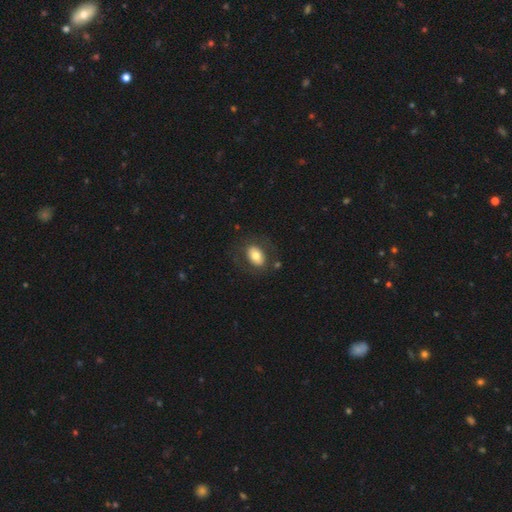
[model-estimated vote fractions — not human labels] Morphology: type=smooth (72%); roundness=in between (83%); merging=none (77%).